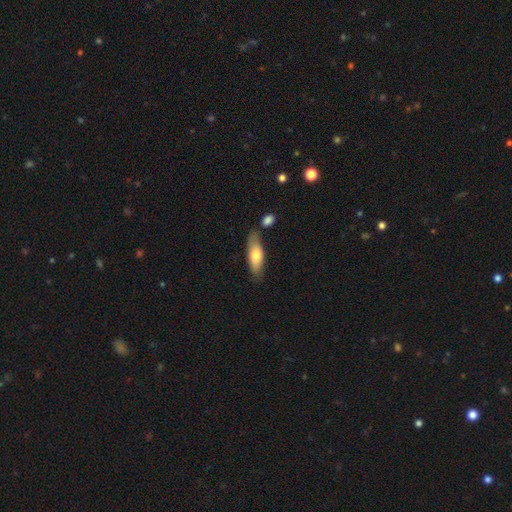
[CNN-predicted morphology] A smooth galaxy with no disk features (71%) that is in between round and cigar-shaped (62%). Merging: none (64%).